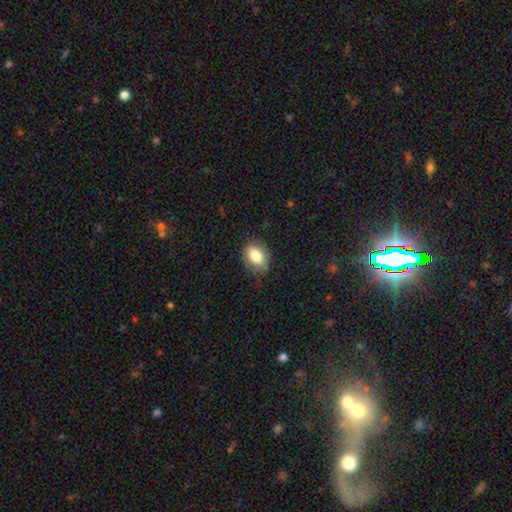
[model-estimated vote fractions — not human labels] Smooth or featured: smooth — 80% (featured or disk — 11%)
How rounded: in between — 67% (round — 31%)
Merging: none — 76% (minor disturbance — 18%)